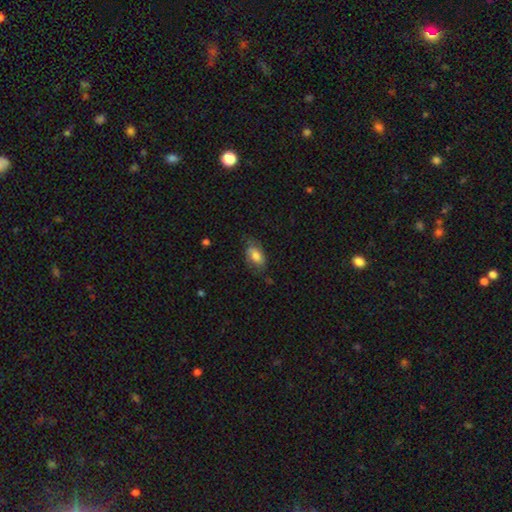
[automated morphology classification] This is likely a smooth galaxy (68%). How rounded: clearly in between (91%). Merging: likely none (62%).